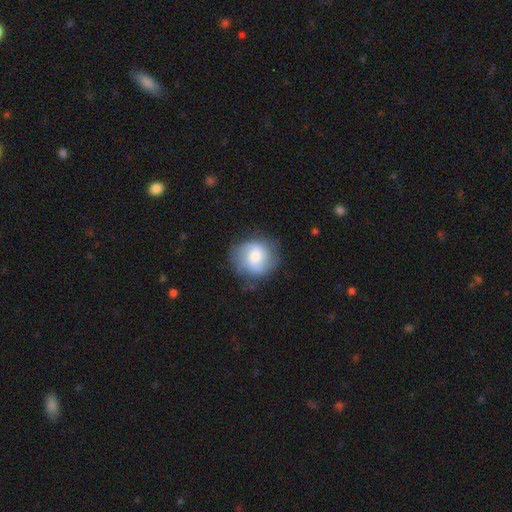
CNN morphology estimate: smooth-or-featured: smooth: 57% | featured or disk: 35% | star or artifact: 8%
  how-rounded: round: 86% | in between: 13% | cigar-shaped: 1%
  merging: none: 71% | minor disturbance: 19% | major disturbance: 8% | merger: 2%